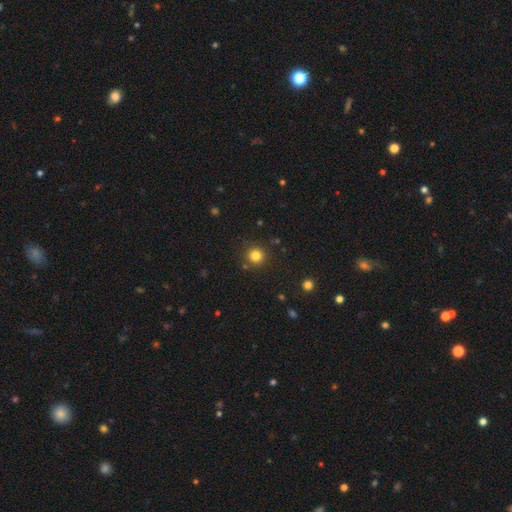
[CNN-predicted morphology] Q: Smooth or featured?
A: smooth (81%); runner-up: star or artifact (13%)
Q: How rounded?
A: round (94%); runner-up: in between (5%)
Q: Merging?
A: none (87%); runner-up: minor disturbance (7%)